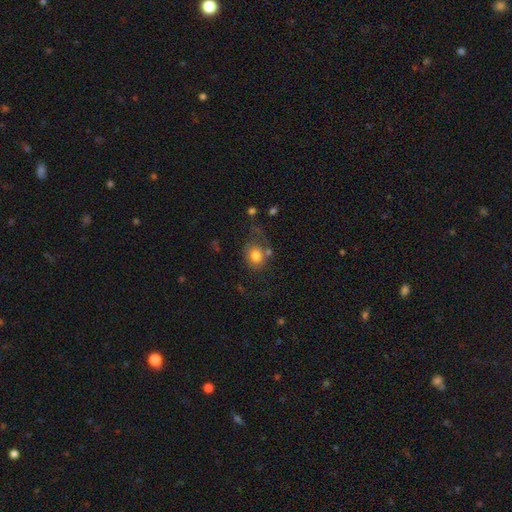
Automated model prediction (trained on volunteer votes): Smooth or featured? Predicted: smooth (p=0.75). How rounded? Predicted: round (p=0.53). Merging? Predicted: none (p=0.45).